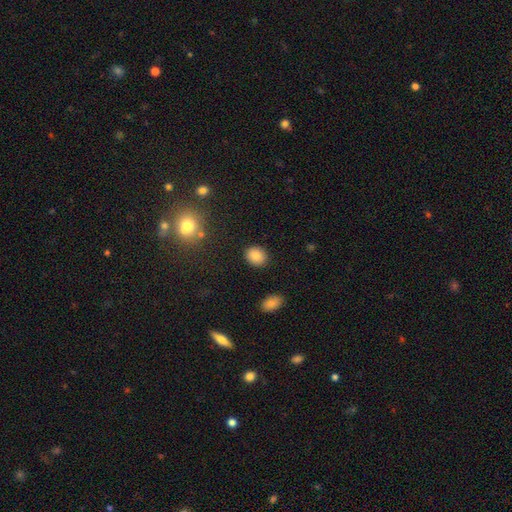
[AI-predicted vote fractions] A smooth galaxy with no disk features (84%) that is round (63%). Merging: none (89%).